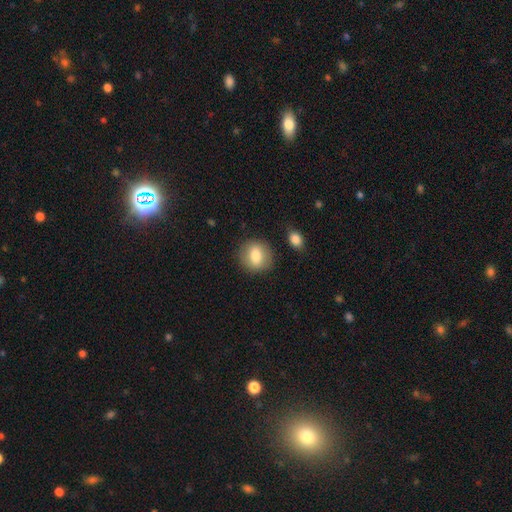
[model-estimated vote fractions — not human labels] Smooth or featured: smooth — 79% (featured or disk — 13%)
How rounded: round — 71% (in between — 27%)
Merging: none — 84% (minor disturbance — 10%)